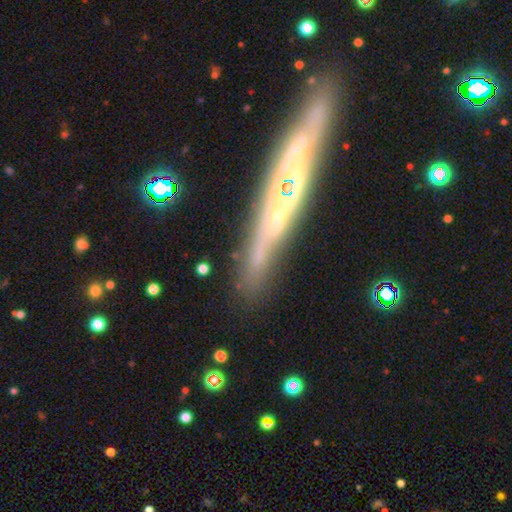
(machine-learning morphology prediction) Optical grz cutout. It shows a featured or disk galaxy (74%) viewed edge-on (86%) with no central bulge (53%). Merging: none (83%).